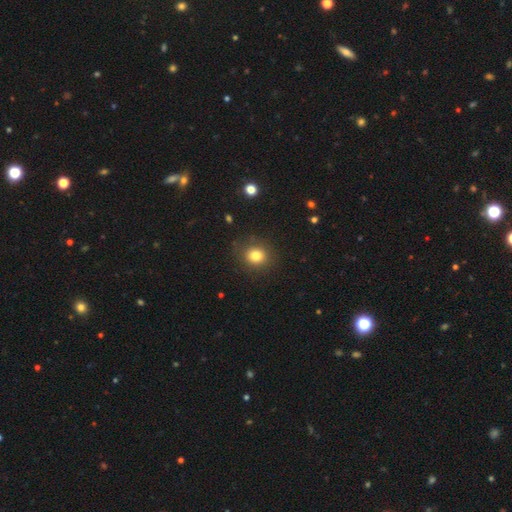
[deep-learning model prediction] This appears to be a smooth galaxy with no disk features (81%) that is round (79%). Merging: none (86%).